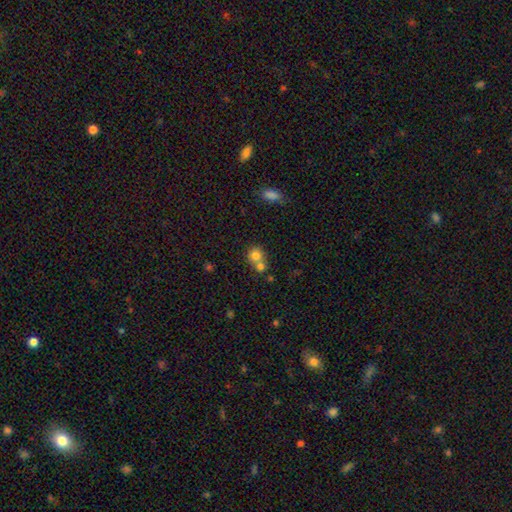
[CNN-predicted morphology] Smooth or featured?
  - smooth: 76% *
  - featured or disk: 13%
  - star or artifact: 12%
How rounded?
  - round: 82% *
  - in between: 17%
  - cigar-shaped: 1%
Merging?
  - merger: 53% *
  - none: 38%
  - minor disturbance: 7%
  - major disturbance: 3%